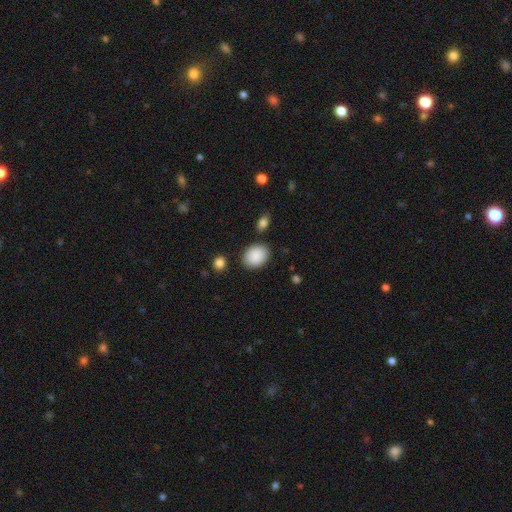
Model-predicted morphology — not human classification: smooth 89%, star or artifact 7%, featured or disk 4%. Down the decision tree: how rounded — in between (68%); merging — none (84%).